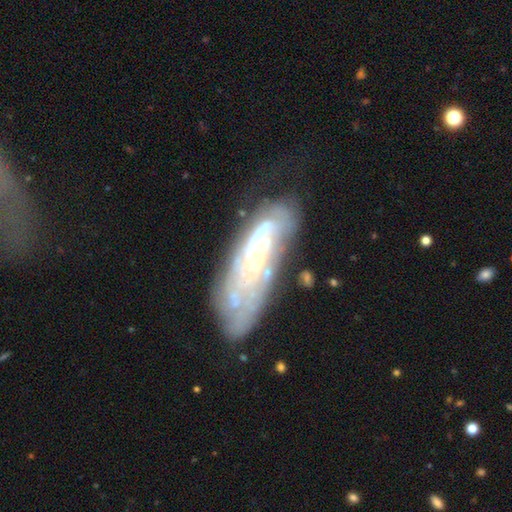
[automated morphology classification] Smooth or featured: featured or disk — 74% (smooth — 18%)
Edge-on disk: no — 83% (yes — 17%)
Bar: no — 69% (weak — 23%)
Spiral arms: yes — 72% (no — 28%)
Bulge size: small — 65% (moderate — 25%)
Merging: none — 56% (minor disturbance — 23%)